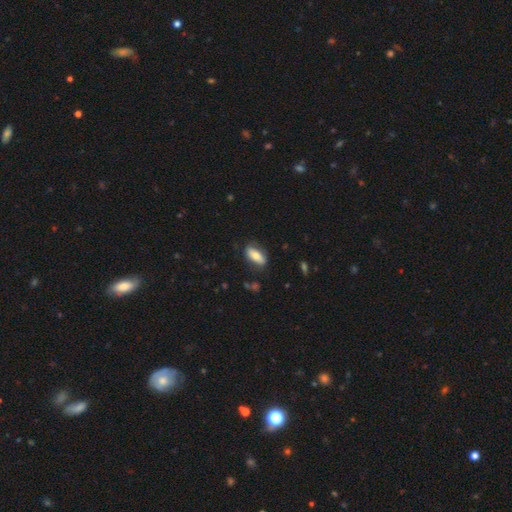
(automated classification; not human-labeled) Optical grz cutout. It shows a smooth galaxy with no disk features (70%) that is in between round and cigar-shaped (81%). Merging: none (78%).